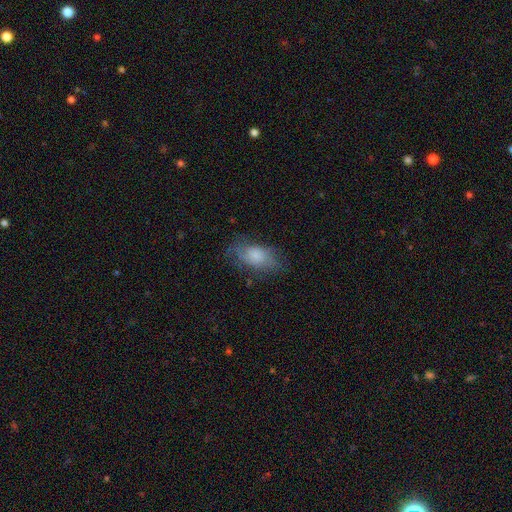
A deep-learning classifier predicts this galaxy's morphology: smooth 70%, featured or disk 22%, star or artifact 8%. Down the decision tree: how rounded — in between (89%); merging — none (58%).